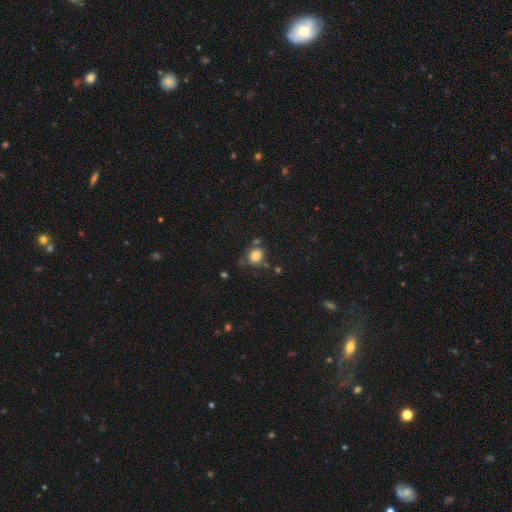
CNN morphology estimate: Overall: smooth (80%). How rounded: round (61%; in between 38%). Merging: none (65%).